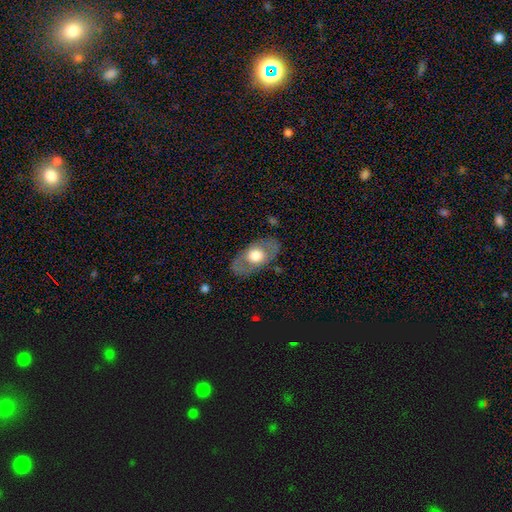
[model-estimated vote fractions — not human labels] Smooth or featured? Predicted: smooth (p=0.49). Merging? Predicted: none (p=0.79).